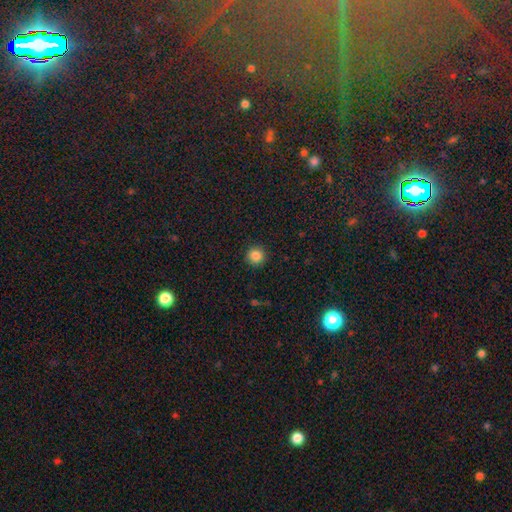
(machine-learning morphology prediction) This appears to be a smooth galaxy with no disk features (85%) that is round (95%). Merging: none (92%).